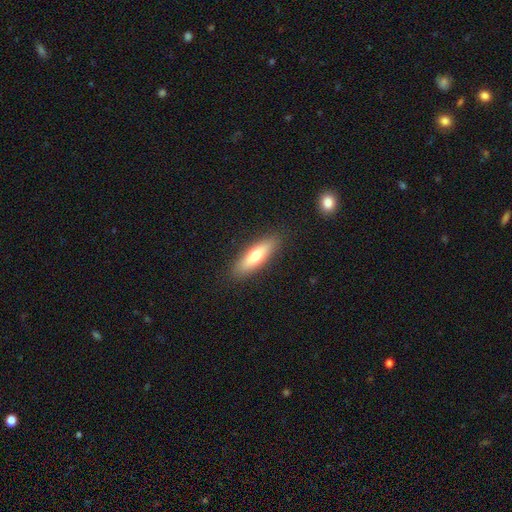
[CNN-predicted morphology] smooth-or-featured: smooth: 65% | featured or disk: 29% | star or artifact: 6%
  how-rounded: cigar-shaped: 59% | in between: 39% | round: 2%
  merging: none: 88% | minor disturbance: 8% | major disturbance: 2% | merger: 1%